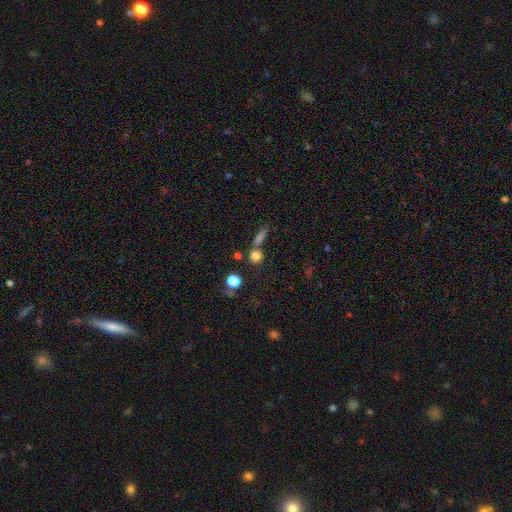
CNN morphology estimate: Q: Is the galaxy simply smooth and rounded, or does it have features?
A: smooth — 77%.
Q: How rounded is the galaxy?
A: round — 82%.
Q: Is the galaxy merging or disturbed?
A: none — 65%.